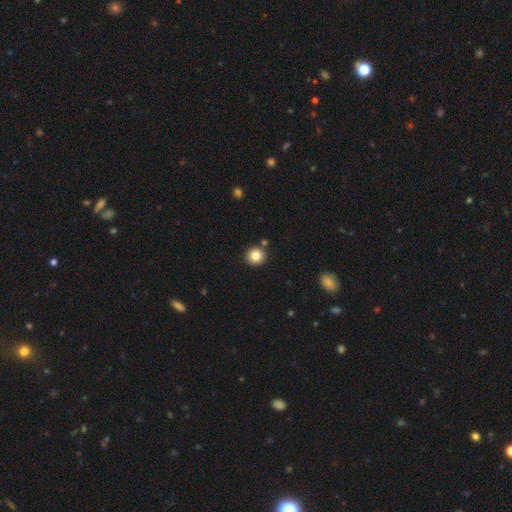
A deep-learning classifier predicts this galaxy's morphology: Smooth or featured: smooth — 83% (star or artifact — 11%)
How rounded: round — 93% (in between — 6%)
Merging: none — 87% (minor disturbance — 6%)